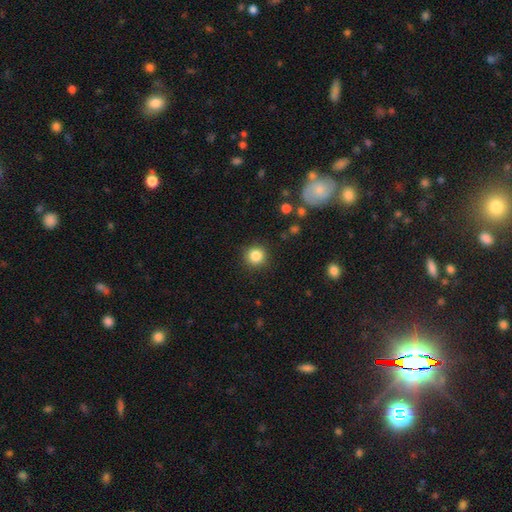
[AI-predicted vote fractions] Smooth or featured? Predicted: smooth (p=0.85). How rounded? Predicted: round (p=0.93). Merging? Predicted: none (p=0.90).